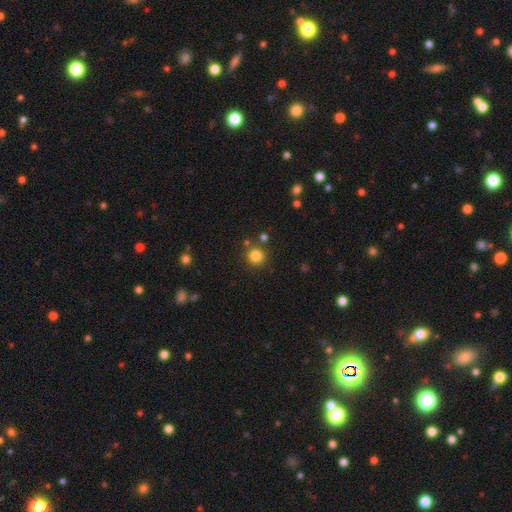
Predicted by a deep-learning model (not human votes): Q: Smooth or featured?
A: smooth (82%); runner-up: star or artifact (13%)
Q: How rounded?
A: round (94%); runner-up: in between (5%)
Q: Merging?
A: none (83%); runner-up: minor disturbance (8%)